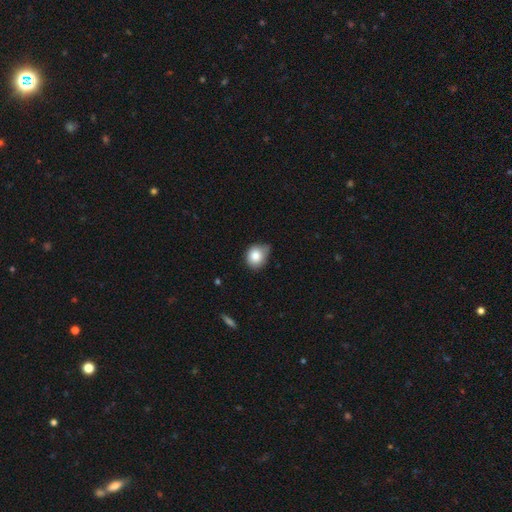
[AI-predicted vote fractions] smooth-or-featured: smooth: 82% | star or artifact: 9% | featured or disk: 8%
  how-rounded: round: 66% | in between: 33% | cigar-shaped: 1%
  merging: none: 48% | minor disturbance: 42% | major disturbance: 7% | merger: 3%